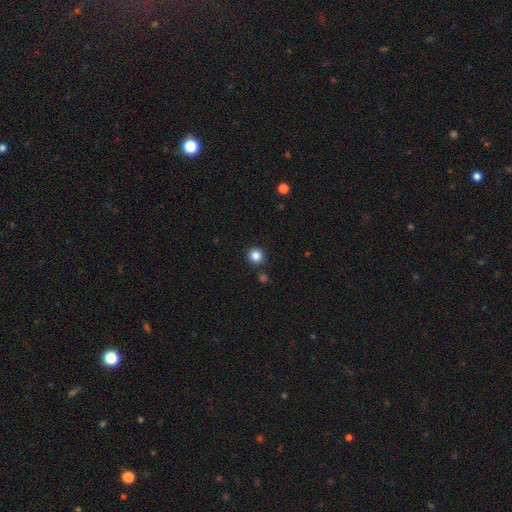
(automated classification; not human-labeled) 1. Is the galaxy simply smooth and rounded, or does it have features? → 84% smooth, 12% star or artifact, 4% featured or disk.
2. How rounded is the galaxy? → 92% round, 7% in between, 1% cigar-shaped.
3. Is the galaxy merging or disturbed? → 88% none, 6% minor disturbance, 3% merger, 2% major disturbance.